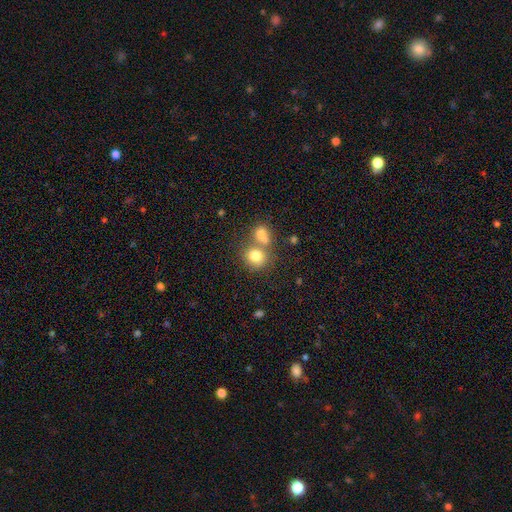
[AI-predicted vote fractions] This appears to be a smooth galaxy with no disk features (77%) that is round (75%). Merging: merger (43%, tied with none).